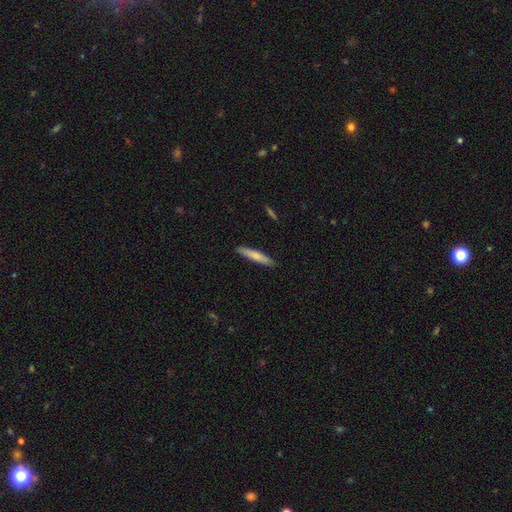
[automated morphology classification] smooth 74%, featured or disk 21%, star or artifact 5%. Down the decision tree: how rounded — cigar-shaped (92%); merging — none (90%).